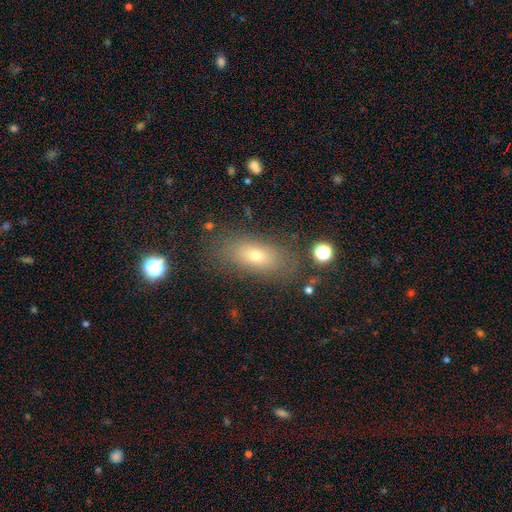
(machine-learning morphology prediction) Smooth or featured? smooth (66%)
How rounded? in between (75%)
Merging? none (80%)